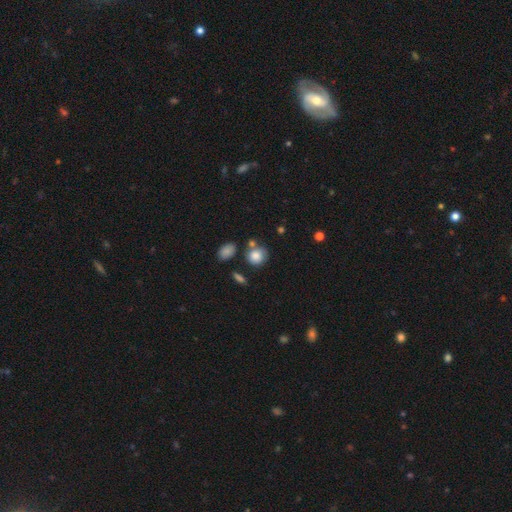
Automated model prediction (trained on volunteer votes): smooth 84%, star or artifact 9%, featured or disk 7%. Down the decision tree: how rounded — round (77%); merging — none (64%).